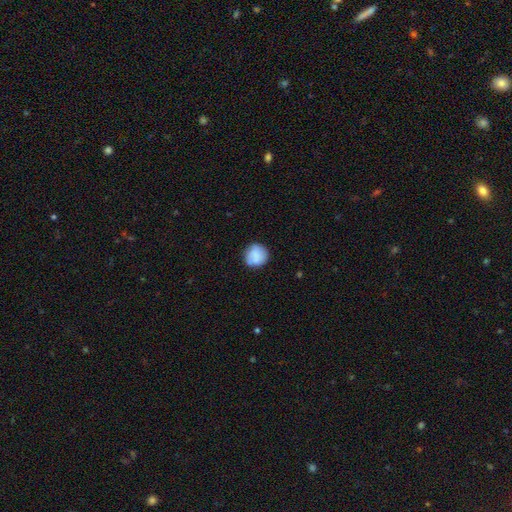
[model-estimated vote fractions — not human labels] smooth-or-featured: smooth: 83% | featured or disk: 10% | star or artifact: 7%
  how-rounded: round: 89% | in between: 10% | cigar-shaped: 1%
  merging: none: 80% | minor disturbance: 15% | major disturbance: 3% | merger: 2%